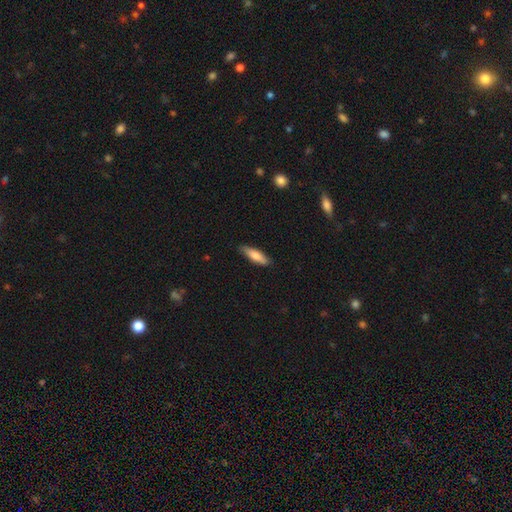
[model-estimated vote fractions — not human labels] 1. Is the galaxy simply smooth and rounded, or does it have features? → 76% smooth, 18% featured or disk, 6% star or artifact.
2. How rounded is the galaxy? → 60% cigar-shaped, 38% in between, 2% round.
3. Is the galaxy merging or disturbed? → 84% none, 13% minor disturbance, 2% major disturbance, 1% merger.